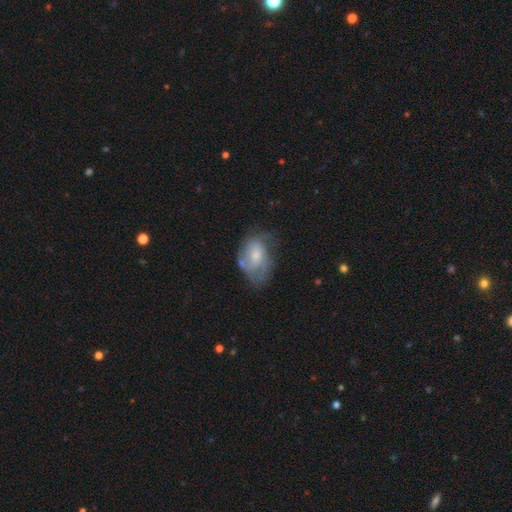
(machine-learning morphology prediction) Overall: featured or disk (57%; smooth 35%). Edge-on disk: no (96%). Bar: no (66%; weak 29%). Spiral arms: yes (72%). Bulge size: moderate (46%; small 41%). Merging: none (46%; minor disturbance 31%).